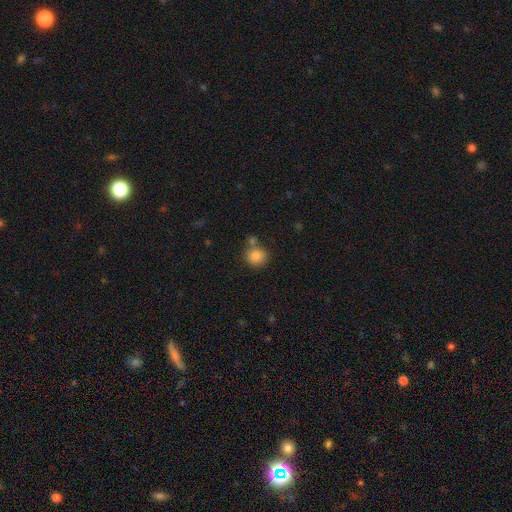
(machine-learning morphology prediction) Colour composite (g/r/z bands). It shows a smooth galaxy with no disk features (84%) that is round (86%). Merging: none (66%).